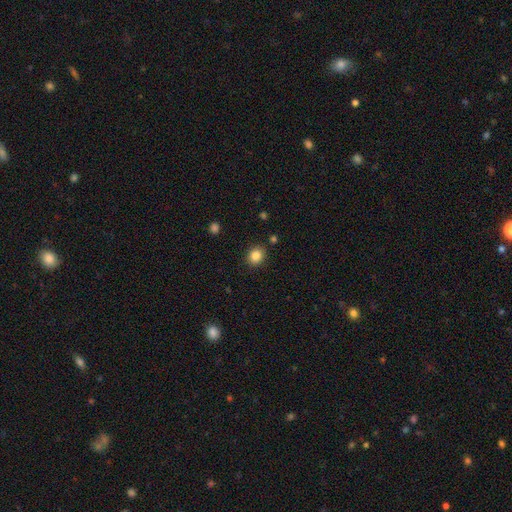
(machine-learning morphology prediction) Smooth or featured?
  - smooth: 85% *
  - star or artifact: 10%
  - featured or disk: 5%
How rounded?
  - round: 70% *
  - in between: 30%
  - cigar-shaped: 1%
Merging?
  - none: 89% *
  - minor disturbance: 7%
  - major disturbance: 2%
  - merger: 2%